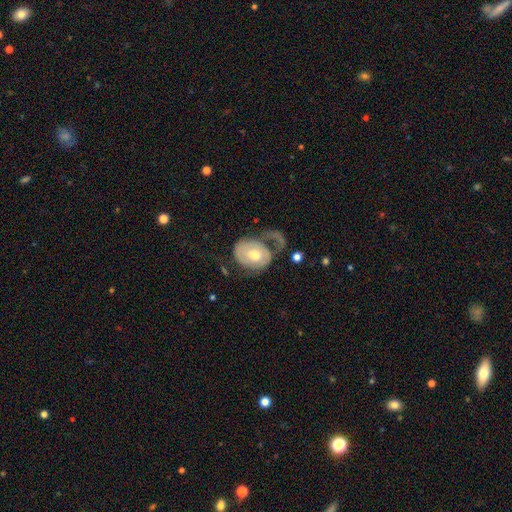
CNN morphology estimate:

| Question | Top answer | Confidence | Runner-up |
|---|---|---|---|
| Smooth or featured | featured or disk | 63% | smooth (31%) |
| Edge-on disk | no | 96% | yes (4%) |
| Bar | no | 68% | weak (26%) |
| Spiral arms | yes | 70% | no (30%) |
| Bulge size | moderate | 68% | small (20%) |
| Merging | major disturbance | 45% | none (28%) |